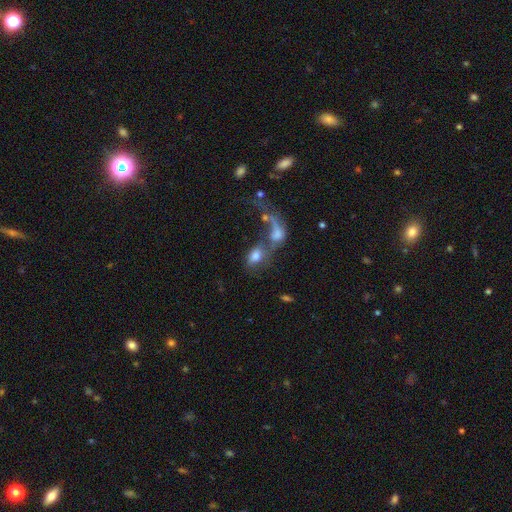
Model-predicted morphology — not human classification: Smooth or featured? smooth (68%)
How rounded? in between (81%)
Merging? merger (65%)